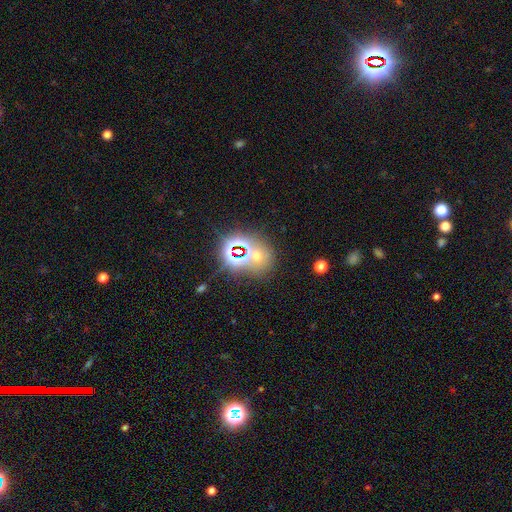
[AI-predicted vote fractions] smooth_or_featured: star or artifact (p=0.56) [alt: smooth p=0.32]